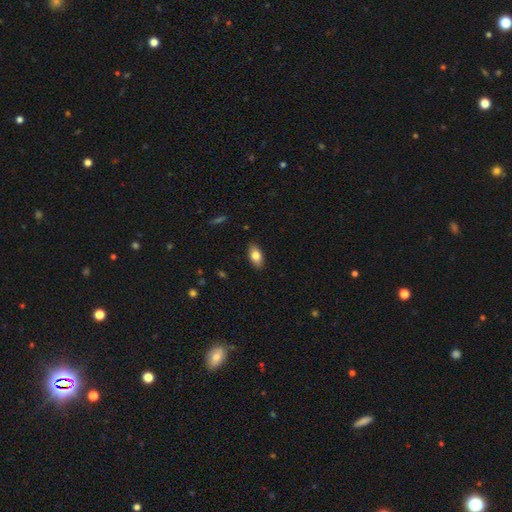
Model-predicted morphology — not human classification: smooth-or-featured: smooth: 80% | featured or disk: 12% | star or artifact: 7%
  how-rounded: in between: 91% | cigar-shaped: 5% | round: 5%
  merging: none: 88% | minor disturbance: 9% | major disturbance: 2% | merger: 1%